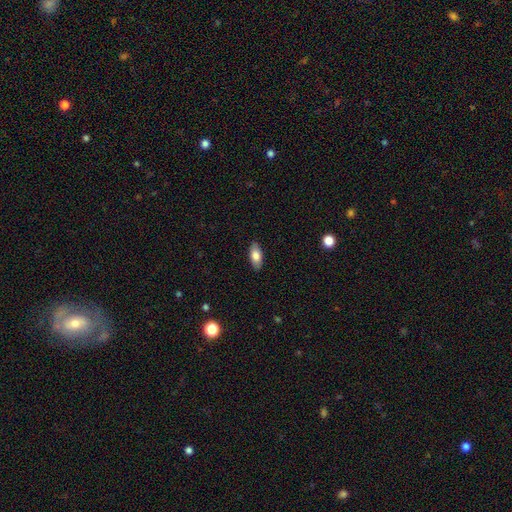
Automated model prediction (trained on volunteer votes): This is likely a smooth galaxy (78%). How rounded: clearly in between (87%). Merging: clearly none (89%).